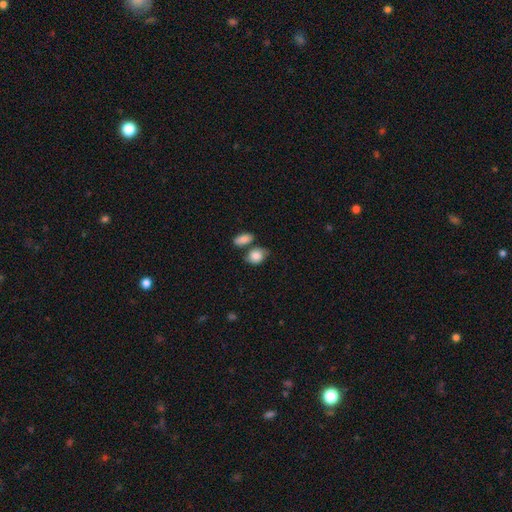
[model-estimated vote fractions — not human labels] Smooth or featured? smooth (83%)
How rounded? in between (62%)
Merging? none (49%)